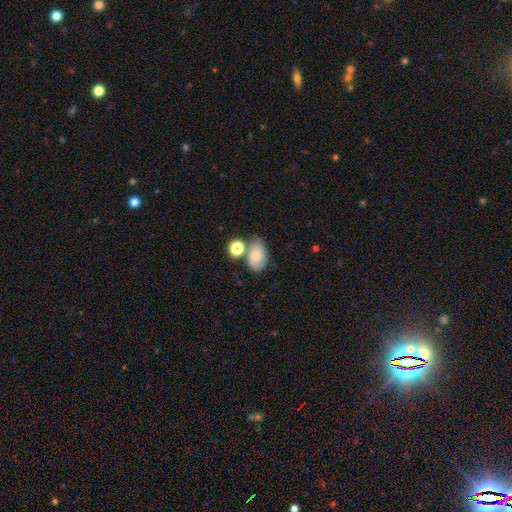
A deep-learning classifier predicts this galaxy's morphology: Smooth or featured? Predicted: smooth (p=0.71). How rounded? Predicted: in between (p=0.79). Merging? Predicted: none (p=0.50).